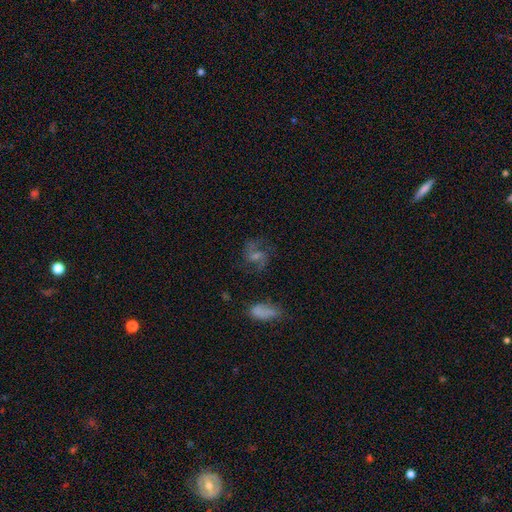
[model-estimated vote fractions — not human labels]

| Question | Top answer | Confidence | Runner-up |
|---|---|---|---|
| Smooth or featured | featured or disk | 67% | smooth (18%) |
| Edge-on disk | no | 97% | yes (3%) |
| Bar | weak | 48% | no (38%) |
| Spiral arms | yes | 92% | no (8%) |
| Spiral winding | medium | 53% | loose (29%) |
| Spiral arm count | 2 | 83% | can't tell (8%) |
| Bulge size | small | 43% | moderate (37%) |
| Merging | none | 71% | minor disturbance (16%) |